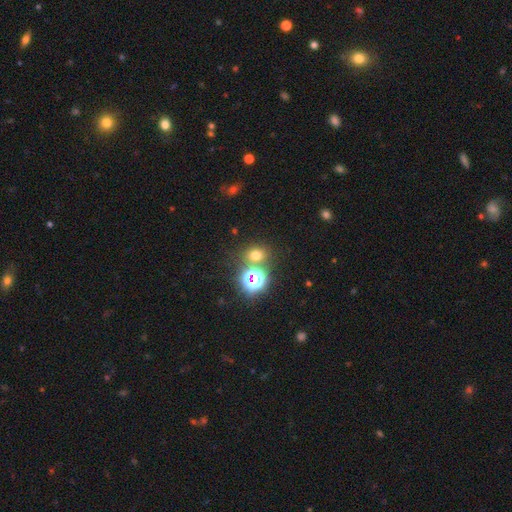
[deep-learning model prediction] smooth 63%, star or artifact 29%, featured or disk 8%. Down the decision tree: how rounded — round (72%); merging — none (71%).